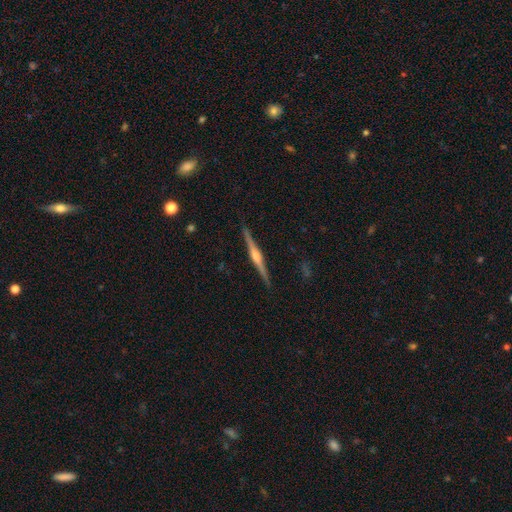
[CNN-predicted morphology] This is clearly a featured or disk galaxy (85%). It is clearly viewed edge-on (99%). Edge-on bulge: clearly rounded (85%). Merging: clearly none (92%).